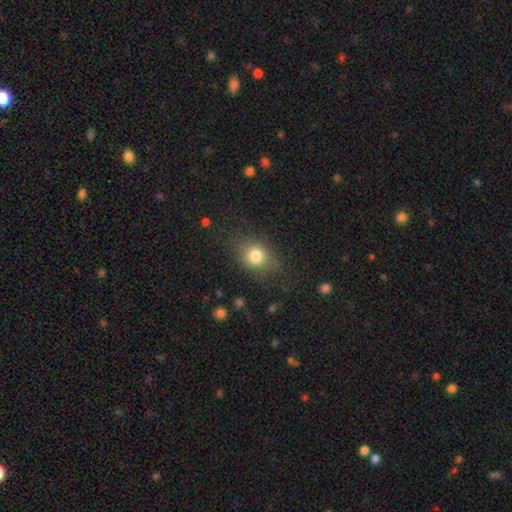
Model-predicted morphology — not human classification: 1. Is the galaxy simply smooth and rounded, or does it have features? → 79% smooth, 12% star or artifact, 10% featured or disk.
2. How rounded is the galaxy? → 49% round (tied), 49% in between (tied), 1% cigar-shaped.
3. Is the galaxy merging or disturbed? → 74% none, 17% minor disturbance, 8% major disturbance, 2% merger.